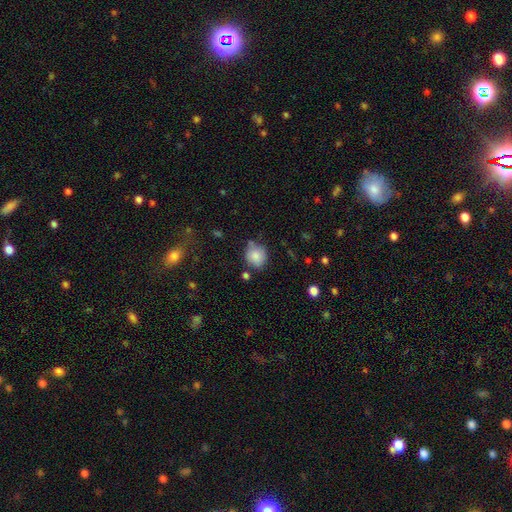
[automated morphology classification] type=smooth (83%); roundness=round (80%); merging=none (65%).